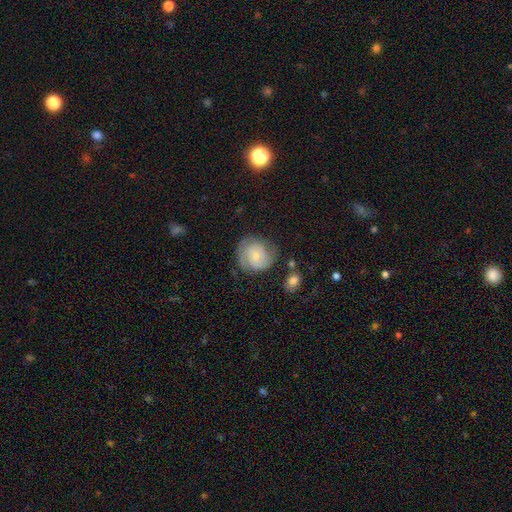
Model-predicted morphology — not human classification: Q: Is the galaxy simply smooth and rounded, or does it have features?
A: featured or disk — 58%.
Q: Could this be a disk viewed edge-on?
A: no — 98%.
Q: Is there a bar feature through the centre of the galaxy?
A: no — 67%.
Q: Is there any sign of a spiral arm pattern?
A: yes — 86%.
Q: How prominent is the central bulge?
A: small — 69%.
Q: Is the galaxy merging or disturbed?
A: none — 62%.